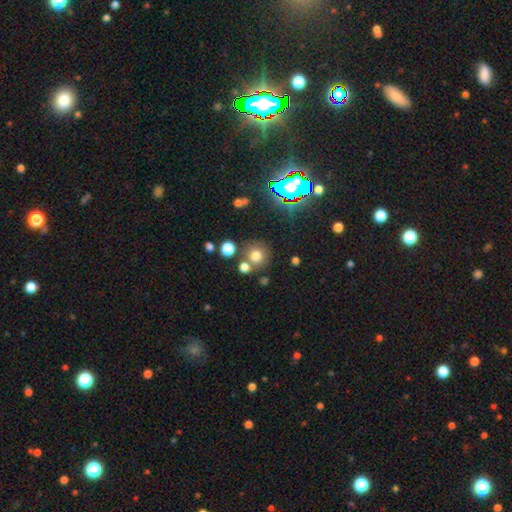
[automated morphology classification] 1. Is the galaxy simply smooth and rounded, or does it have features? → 71% smooth, 19% star or artifact, 10% featured or disk.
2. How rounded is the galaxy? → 90% round, 9% in between, 1% cigar-shaped.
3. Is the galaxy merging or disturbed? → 69% none, 17% merger, 10% minor disturbance, 4% major disturbance.